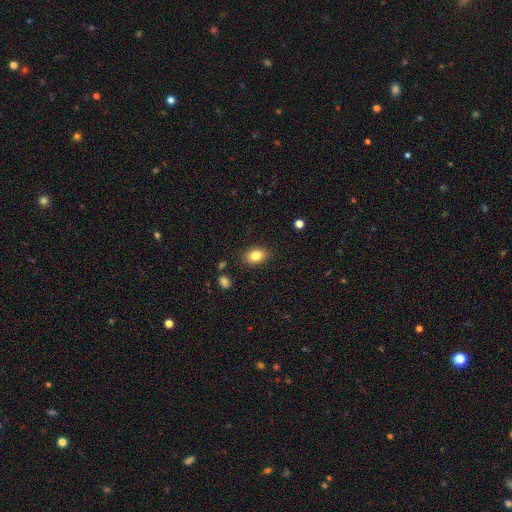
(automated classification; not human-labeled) This is clearly a smooth galaxy (82%). How rounded: clearly in between (80%). Merging: clearly none (86%).